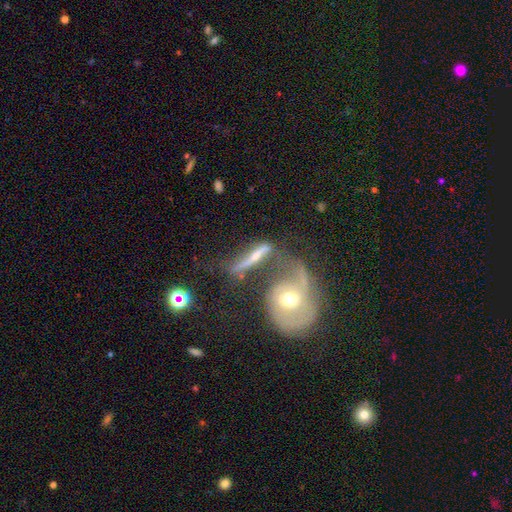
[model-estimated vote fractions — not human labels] Overall: featured or disk (63%; smooth 27%). Edge-on disk: yes (57%; no 43%). Merging: merger (44%; none 27%).